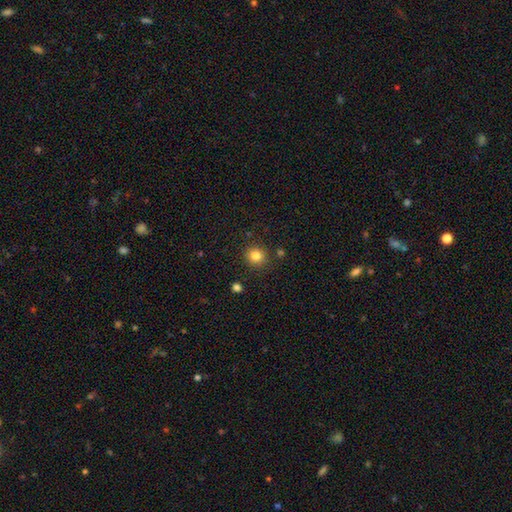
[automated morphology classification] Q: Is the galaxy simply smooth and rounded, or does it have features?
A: smooth — 83%.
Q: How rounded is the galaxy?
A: round — 89%.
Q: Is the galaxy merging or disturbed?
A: none — 87%.